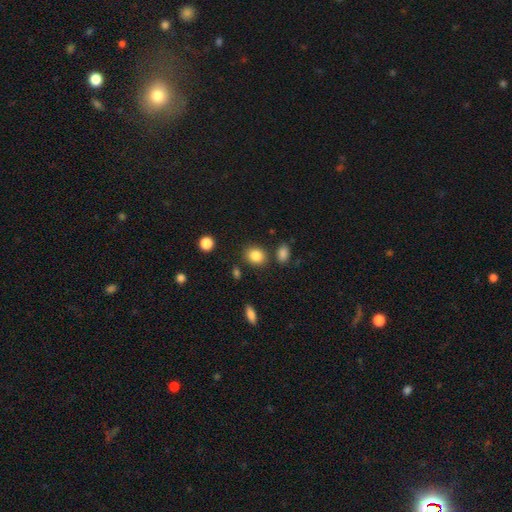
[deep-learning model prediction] This is clearly a smooth galaxy (85%). How rounded: likely round (61%). Merging: clearly none (81%).